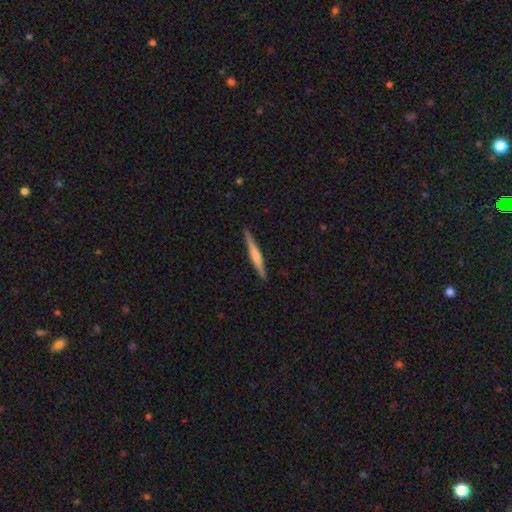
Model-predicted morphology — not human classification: Smooth or featured? Predicted: featured or disk (p=0.59). Edge-on disk? Predicted: yes (p=0.98). Edge-on bulge? Predicted: rounded (p=0.50). Merging? Predicted: none (p=0.90).